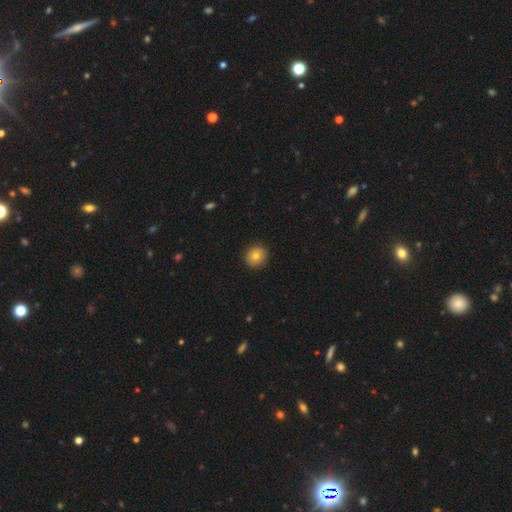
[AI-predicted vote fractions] smooth 74%, featured or disk 17%, star or artifact 9%. Down the decision tree: how rounded — round (88%); merging — none (89%).